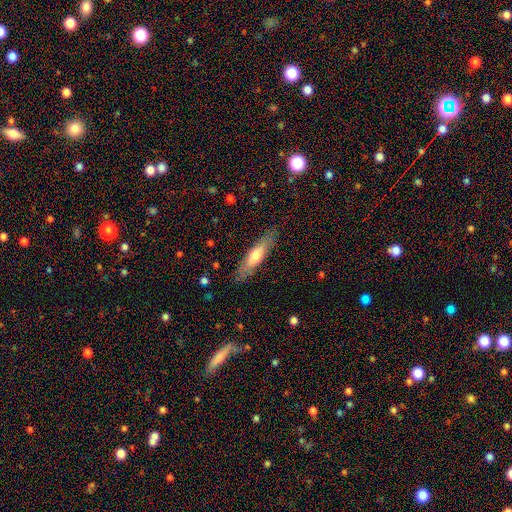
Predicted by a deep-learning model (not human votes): Smooth or featured? Predicted: smooth (p=0.60). How rounded? Predicted: cigar-shaped (p=0.70). Merging? Predicted: none (p=0.84).